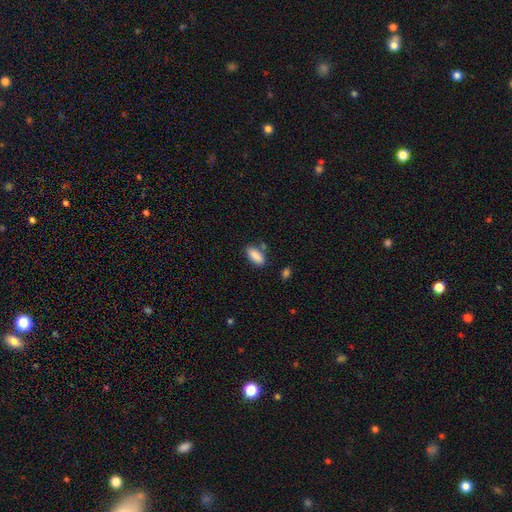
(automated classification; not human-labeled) smooth_or_featured: smooth (p=0.88) [alt: star or artifact p=0.07]
how_rounded: in between (p=0.87) [alt: cigar-shaped p=0.11]
merging: none (p=0.76) [alt: minor disturbance p=0.14]